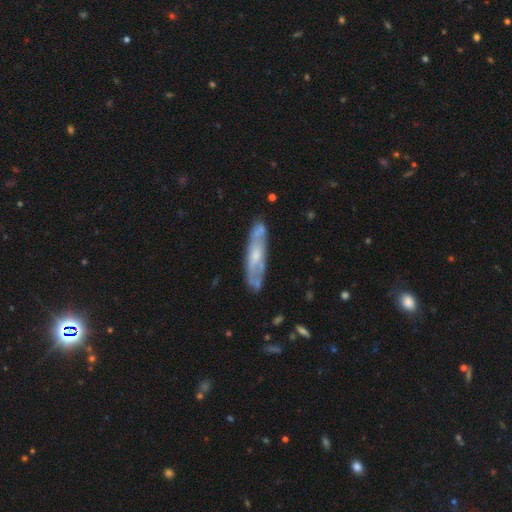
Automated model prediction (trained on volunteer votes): Smooth or featured: featured or disk — 58% (smooth — 36%)
Edge-on disk: no — 58% (yes — 42%)
Merging: none — 68% (minor disturbance — 20%)